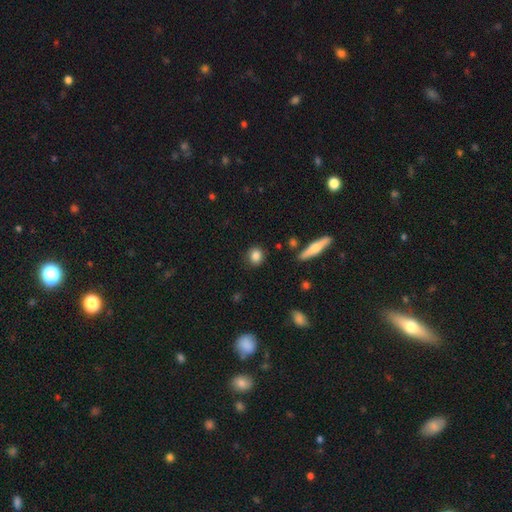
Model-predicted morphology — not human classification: Q: Smooth or featured?
A: smooth (85%); runner-up: star or artifact (8%)
Q: How rounded?
A: round (76%); runner-up: in between (22%)
Q: Merging?
A: none (87%); runner-up: minor disturbance (9%)